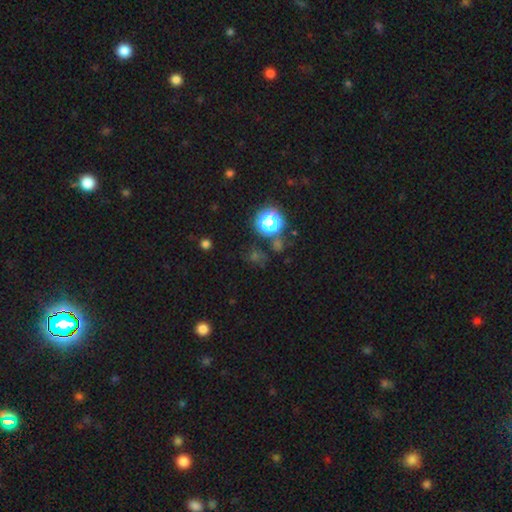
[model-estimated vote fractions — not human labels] Smooth or featured? Predicted: star or artifact (p=0.53).